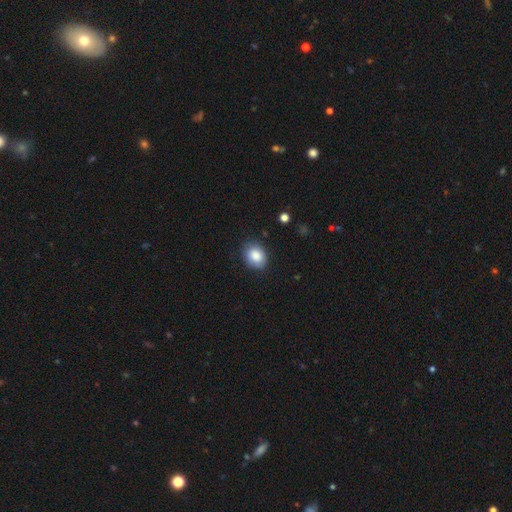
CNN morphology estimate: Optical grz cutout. It shows a smooth galaxy with no disk features (85%) that is in between round and cigar-shaped (56%). Merging: none (82%).